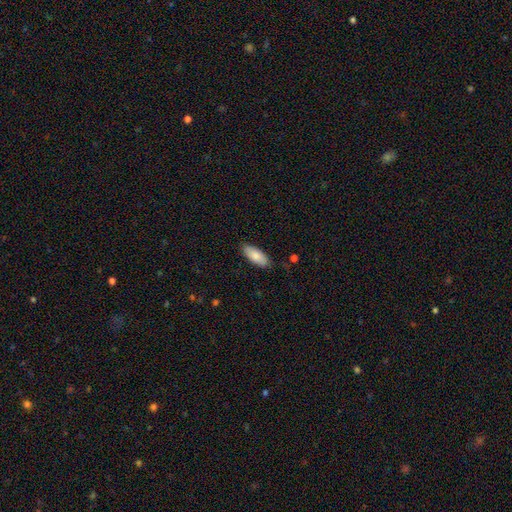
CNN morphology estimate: Smooth or featured?
  - smooth: 82% *
  - featured or disk: 12%
  - star or artifact: 6%
How rounded?
  - in between: 82% *
  - cigar-shaped: 17%
  - round: 2%
Merging?
  - none: 84% *
  - minor disturbance: 13%
  - major disturbance: 2%
  - merger: 1%